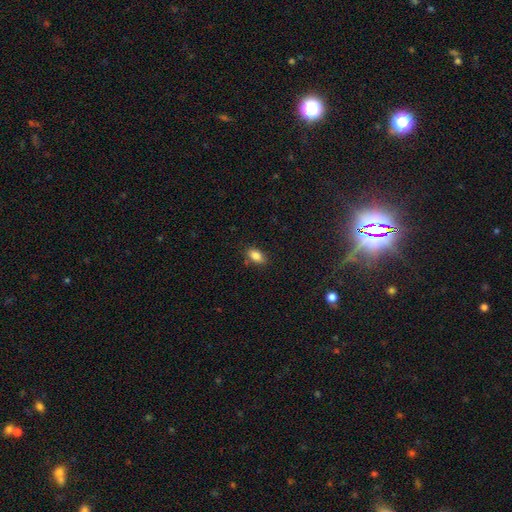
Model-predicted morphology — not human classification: This appears to be a smooth galaxy with no disk features (85%) that is in between round and cigar-shaped (87%). Merging: none (77%).